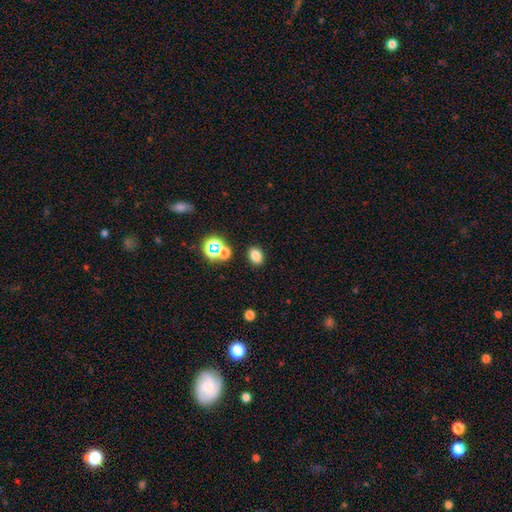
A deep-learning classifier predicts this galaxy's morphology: smooth 78%, star or artifact 16%, featured or disk 6%. Down the decision tree: how rounded — in between (68%); merging — none (84%).